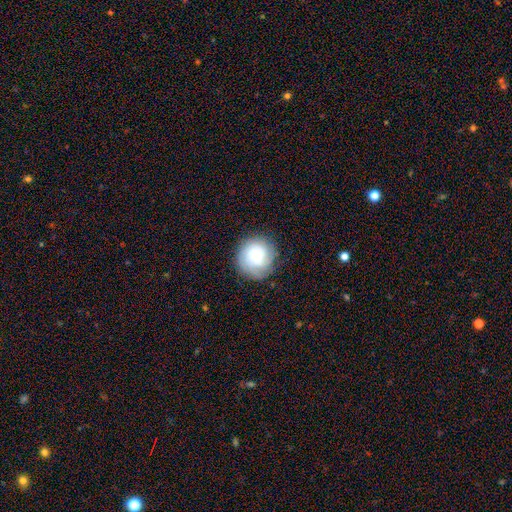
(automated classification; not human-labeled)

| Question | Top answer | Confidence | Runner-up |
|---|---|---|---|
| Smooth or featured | smooth | 49% | featured or disk (42%) |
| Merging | none | 80% | minor disturbance (14%) |